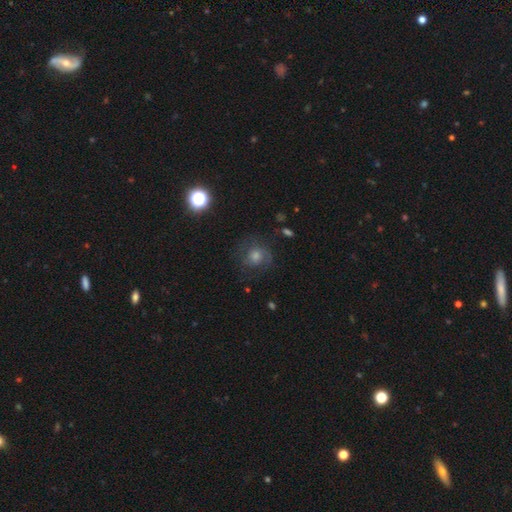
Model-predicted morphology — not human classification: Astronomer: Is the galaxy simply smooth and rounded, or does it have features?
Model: featured or disk — 47% (runner-up: smooth, 30%).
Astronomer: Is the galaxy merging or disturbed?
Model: none — 73%.